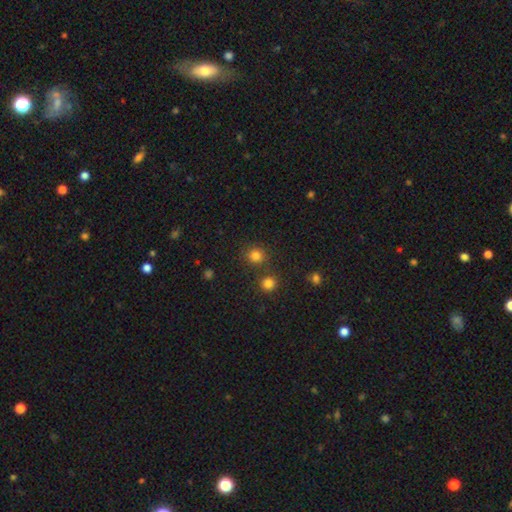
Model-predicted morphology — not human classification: A smooth galaxy with no disk features (81%) that is round (90%).

Vote fractions:
- Smooth or featured? smooth: 81% / star or artifact: 14% / featured or disk: 5%
- How rounded? round: 90% / in between: 9% / cigar-shaped: 1%
- Merging? none: 78% / merger: 11% / minor disturbance: 8% / major disturbance: 3%